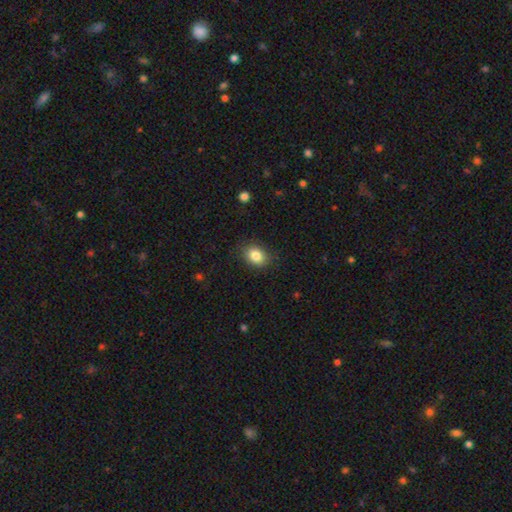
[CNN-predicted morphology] Smooth or featured?
  - smooth: 84% *
  - star or artifact: 9%
  - featured or disk: 7%
How rounded?
  - in between: 65% *
  - round: 34%
  - cigar-shaped: 1%
Merging?
  - none: 86% *
  - minor disturbance: 11%
  - major disturbance: 3%
  - merger: 1%